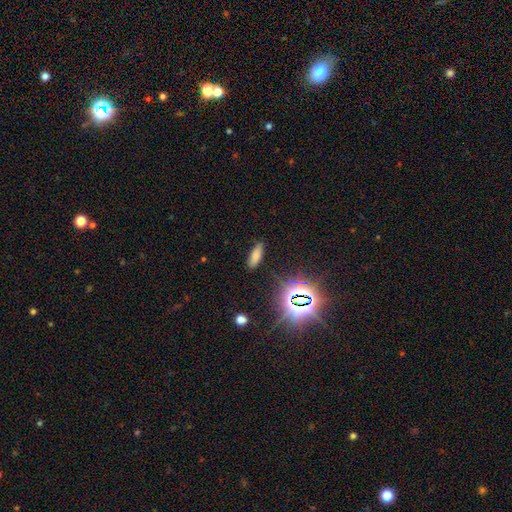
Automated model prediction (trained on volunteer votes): Smooth or featured?
  - smooth: 72% *
  - star or artifact: 20%
  - featured or disk: 8%
How rounded?
  - in between: 63% *
  - cigar-shaped: 34%
  - round: 3%
Merging?
  - none: 84% *
  - minor disturbance: 11%
  - major disturbance: 3%
  - merger: 2%